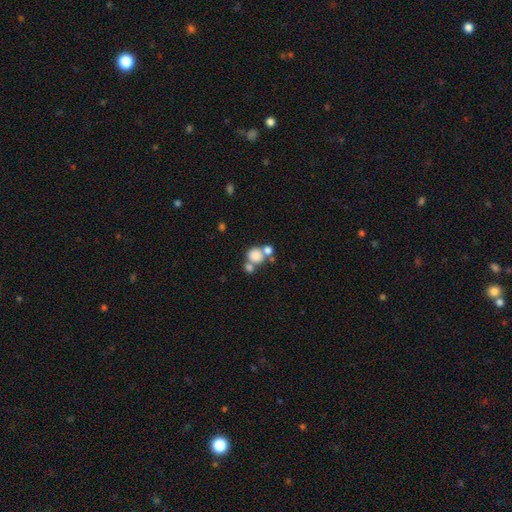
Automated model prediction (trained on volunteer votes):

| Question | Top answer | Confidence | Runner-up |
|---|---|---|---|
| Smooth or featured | smooth | 77% | featured or disk (12%) |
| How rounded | round | 73% | in between (25%) |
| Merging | merger | 48% | none (37%) |